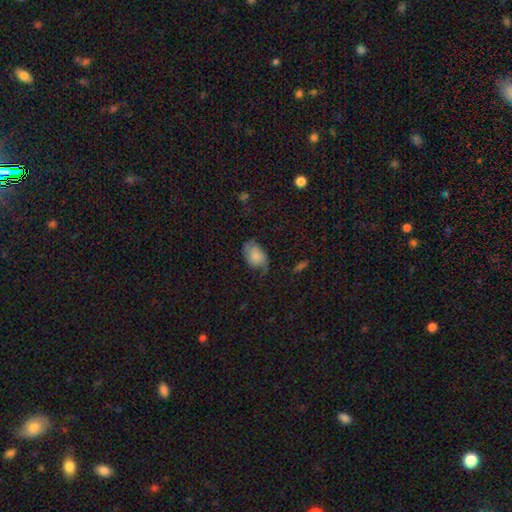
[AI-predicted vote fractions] Smooth or featured: smooth — 64% (featured or disk — 27%)
How rounded: in between — 85% (round — 14%)
Merging: none — 52% (minor disturbance — 31%)